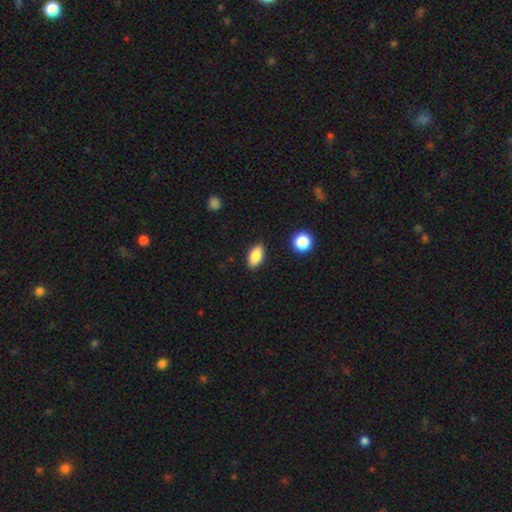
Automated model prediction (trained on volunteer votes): Smooth or featured?
  - smooth: 86% *
  - star or artifact: 8%
  - featured or disk: 6%
How rounded?
  - in between: 90% *
  - cigar-shaped: 5%
  - round: 5%
Merging?
  - none: 86% *
  - minor disturbance: 10%
  - major disturbance: 2%
  - merger: 2%